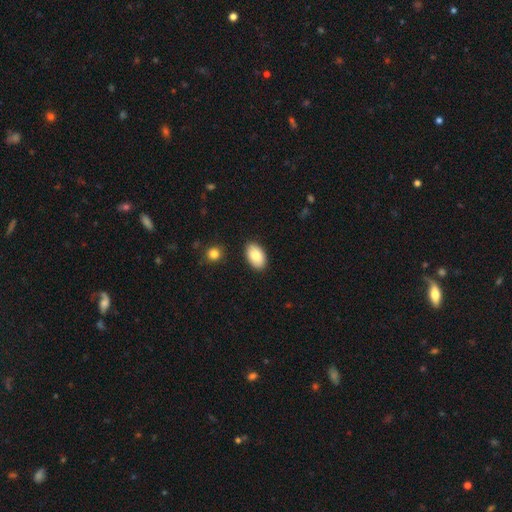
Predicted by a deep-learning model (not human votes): Smooth or featured? smooth (85%)
How rounded? in between (94%)
Merging? none (88%)